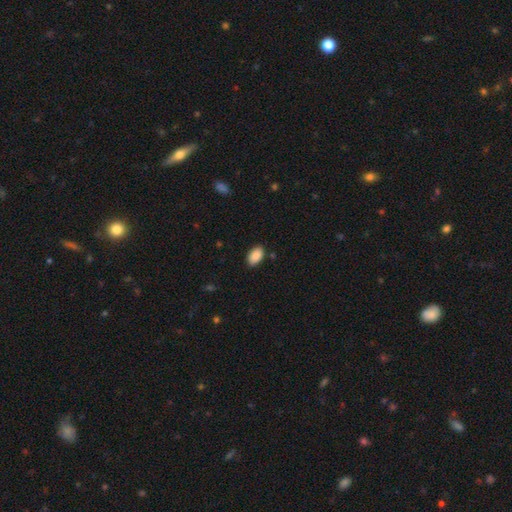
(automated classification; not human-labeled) smooth_or_featured: smooth (p=0.89) [alt: star or artifact p=0.07]
how_rounded: in between (p=0.94) [alt: round p=0.04]
merging: none (p=0.86) [alt: minor disturbance p=0.10]